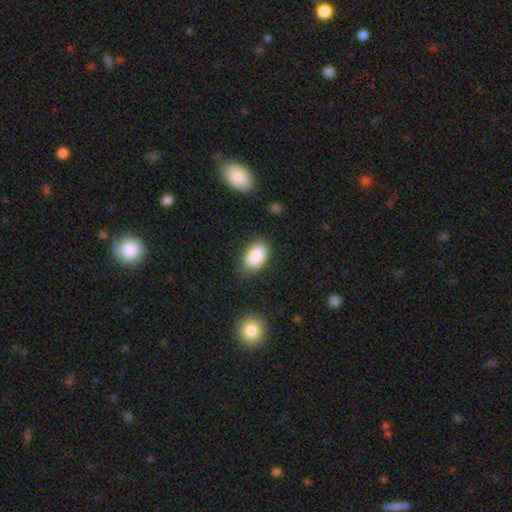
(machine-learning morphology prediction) The model was most divided on "merging": none: 79%, minor disturbance: 15%, major disturbance: 3%, merger: 2%. More confident: how rounded — in between (91%); smooth or featured — smooth (86%).